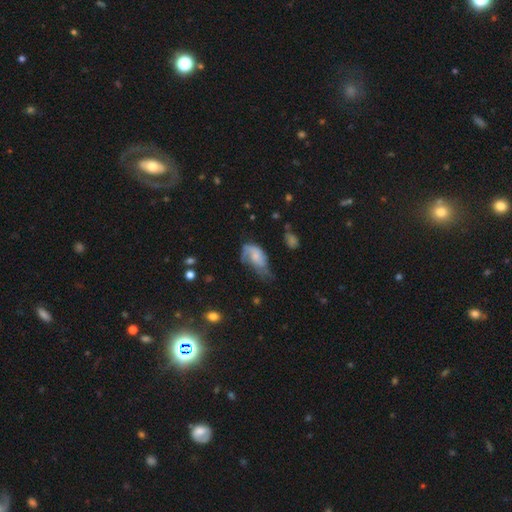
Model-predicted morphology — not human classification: Q: Smooth or featured?
A: smooth (46%); tied with: featured or disk (46%)
Q: Merging?
A: major disturbance (42%); runner-up: minor disturbance (31%)